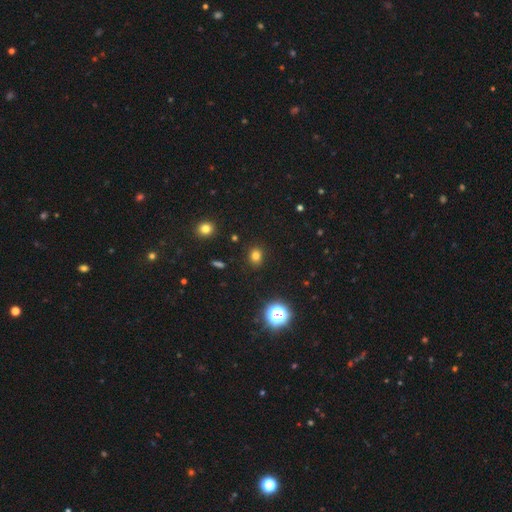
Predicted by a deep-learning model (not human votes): Morphology: type=smooth (76%); roundness=round (61%); merging=none (88%).